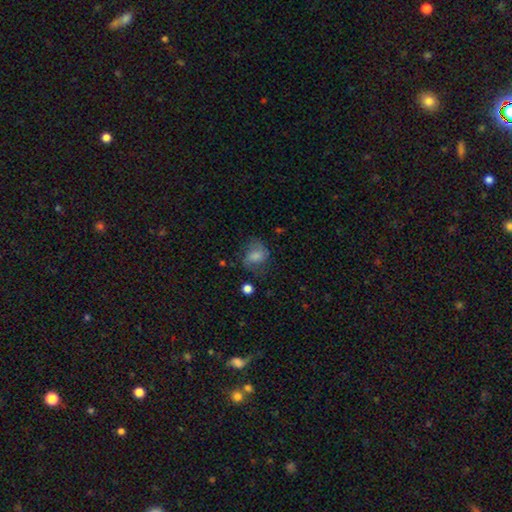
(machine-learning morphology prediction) Smooth or featured: smooth — 66% (featured or disk — 24%)
How rounded: in between — 52% (round — 46%)
Merging: none — 51% (minor disturbance — 27%)